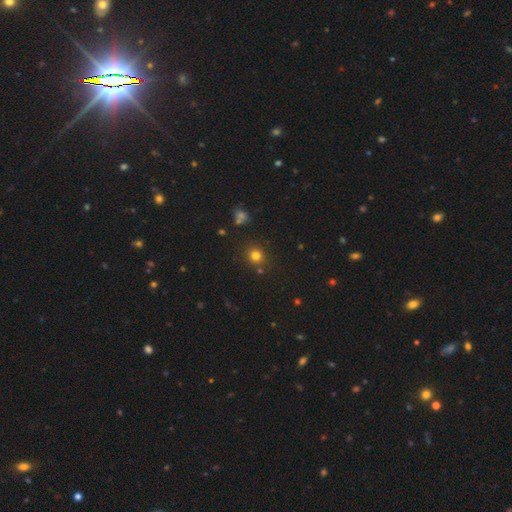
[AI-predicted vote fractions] Smooth or featured: smooth — 76% (star or artifact — 18%)
How rounded: round — 86% (in between — 13%)
Merging: none — 84% (minor disturbance — 8%)